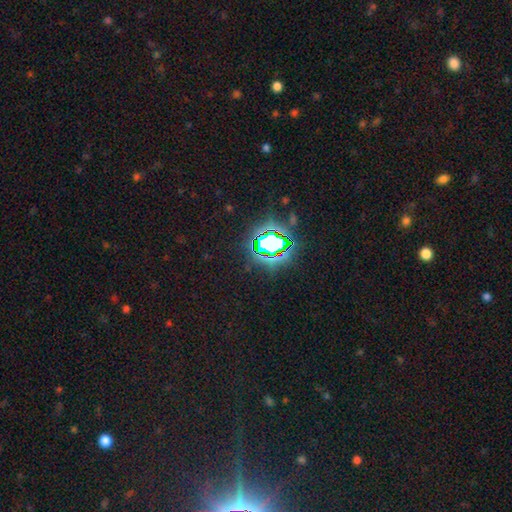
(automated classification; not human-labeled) Smooth or featured?
  - star or artifact: 84% *
  - smooth: 9%
  - featured or disk: 7%